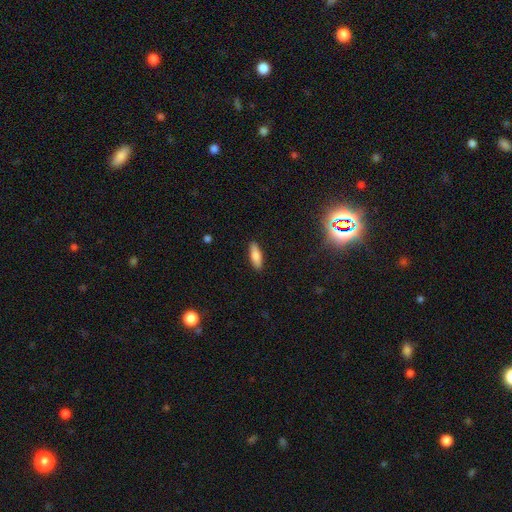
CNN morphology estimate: A smooth galaxy with no disk features (80%) that is in between round and cigar-shaped (53%). Merging: none (89%).